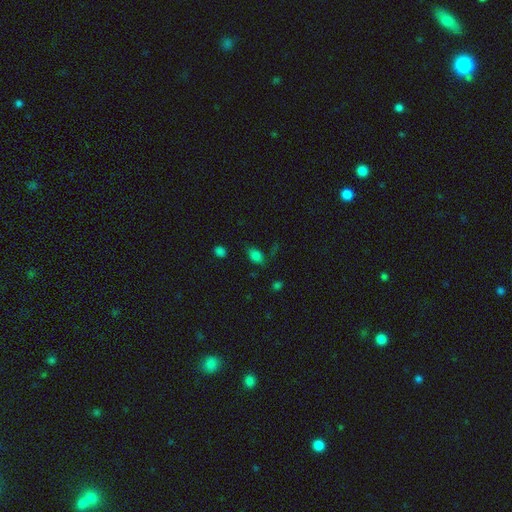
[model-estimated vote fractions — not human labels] This is likely a smooth galaxy (78%). How rounded: clearly in between (86%). Merging: likely none (71%).